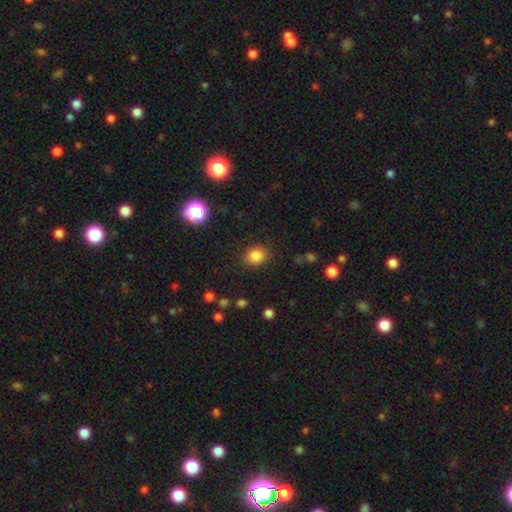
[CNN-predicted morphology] Smooth or featured? Predicted: smooth (p=0.83). How rounded? Predicted: round (p=0.68). Merging? Predicted: none (p=0.86).